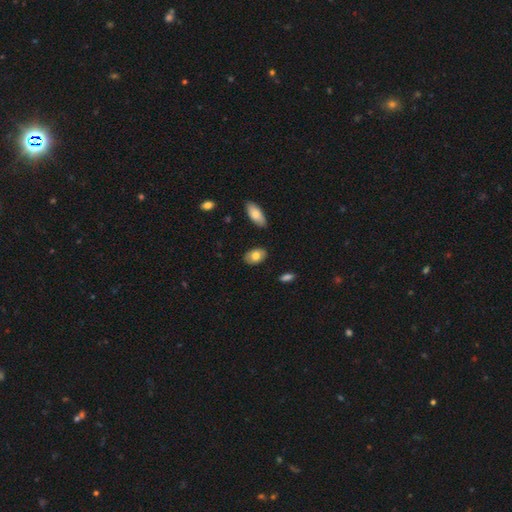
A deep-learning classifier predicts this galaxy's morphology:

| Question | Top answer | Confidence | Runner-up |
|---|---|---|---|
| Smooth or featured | smooth | 76% | featured or disk (18%) |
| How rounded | in between | 91% | round (7%) |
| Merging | none | 85% | minor disturbance (11%) |